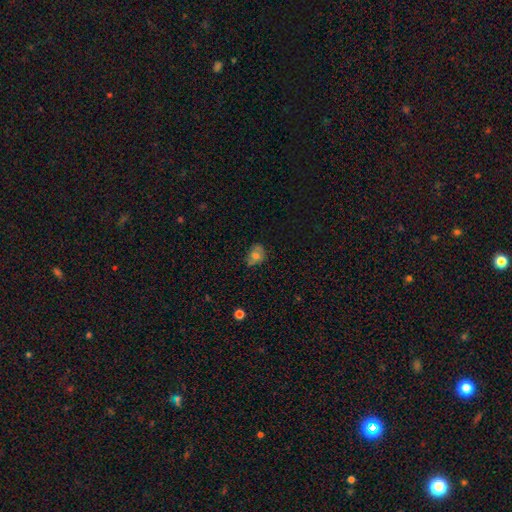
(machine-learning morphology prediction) The model was most divided on "how rounded": in between: 57%, round: 42%, cigar-shaped: 1%. More confident: smooth or featured — smooth (65%); merging — none (62%).